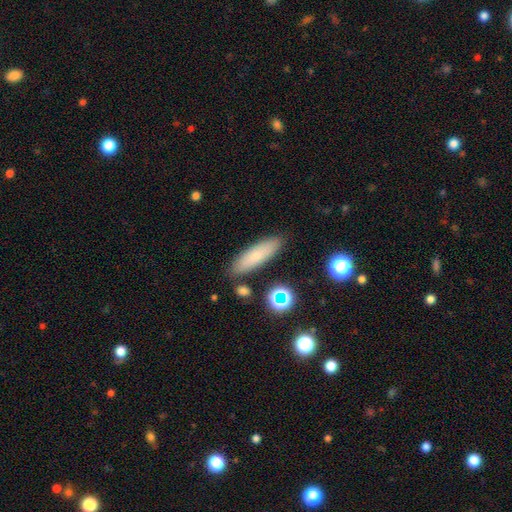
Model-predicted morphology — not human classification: smooth_or_featured: smooth (p=0.74) [alt: featured or disk p=0.17]
how_rounded: cigar-shaped (p=0.59) [alt: in between p=0.39]
merging: none (p=0.84) [alt: minor disturbance p=0.10]